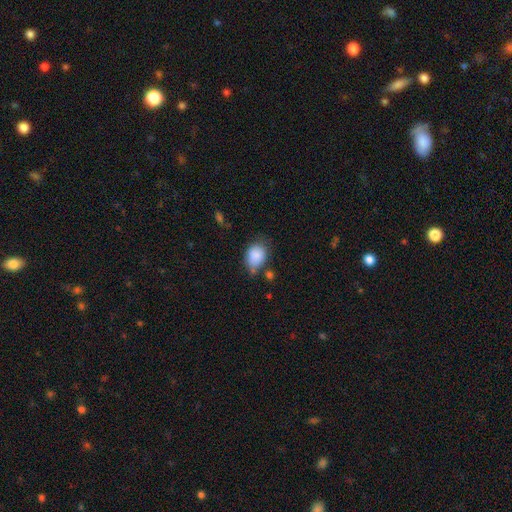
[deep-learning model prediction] The model was most divided on "merging": none: 52%, minor disturbance: 33%, major disturbance: 9%, merger: 7%. More confident: smooth or featured — smooth (86%); how rounded — in between (62%).